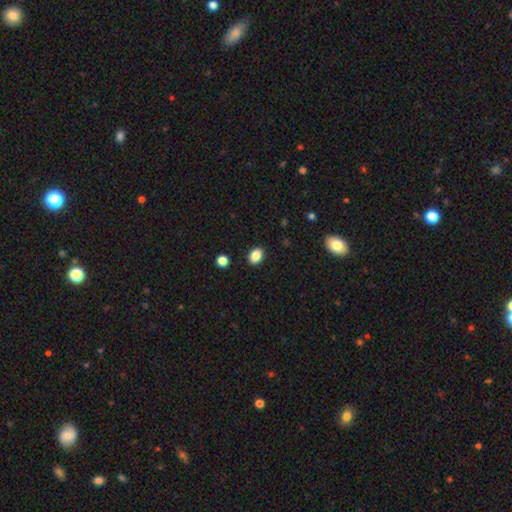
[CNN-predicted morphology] Overall: smooth (87%). How rounded: in between (74%). Merging: none (89%).